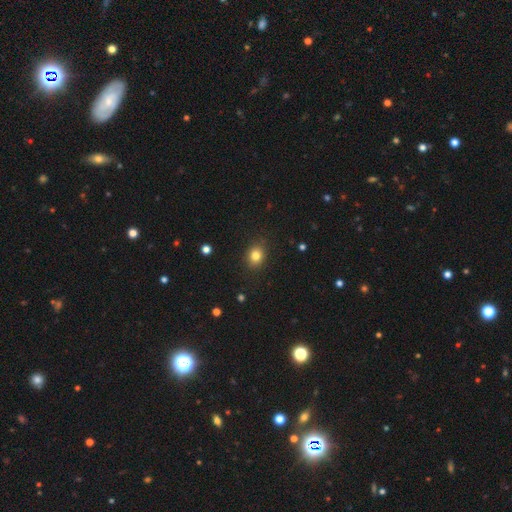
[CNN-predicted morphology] Smooth or featured?
  - smooth: 81% *
  - star or artifact: 12%
  - featured or disk: 7%
How rounded?
  - round: 55% *
  - in between: 44%
  - cigar-shaped: 1%
Merging?
  - none: 87% *
  - minor disturbance: 9%
  - major disturbance: 2%
  - merger: 1%